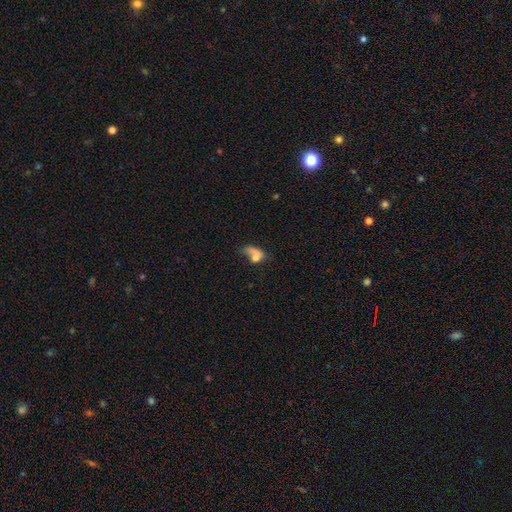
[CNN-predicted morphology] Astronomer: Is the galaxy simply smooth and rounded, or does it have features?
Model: smooth — 60%.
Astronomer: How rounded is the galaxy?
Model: in between — 74%.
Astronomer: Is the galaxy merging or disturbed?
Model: major disturbance — 34% (runner-up: merger, 29%).